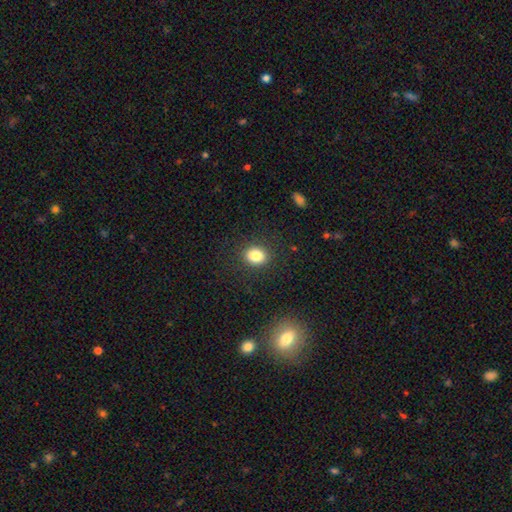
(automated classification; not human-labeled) A smooth galaxy with no disk features (84%) that is round (58%).

Vote fractions:
- Smooth or featured? smooth: 84% / star or artifact: 10% / featured or disk: 6%
- How rounded? round: 58% / in between: 41% / cigar-shaped: 1%
- Merging? none: 88% / minor disturbance: 8% / major disturbance: 3% / merger: 1%